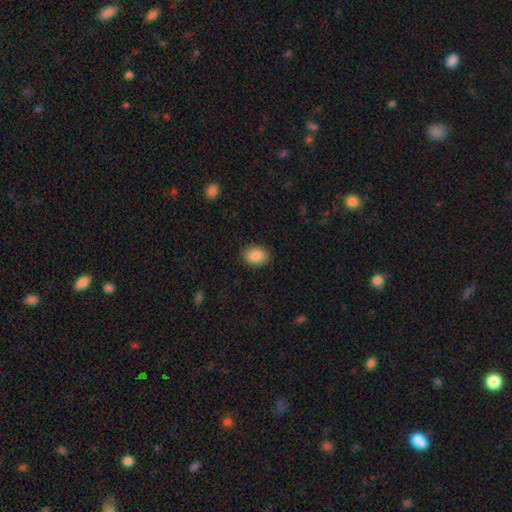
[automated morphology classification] The model was most divided on "how rounded": in between: 73%, round: 26%, cigar-shaped: 1%. More confident: merging — none (88%); smooth or featured — smooth (87%).